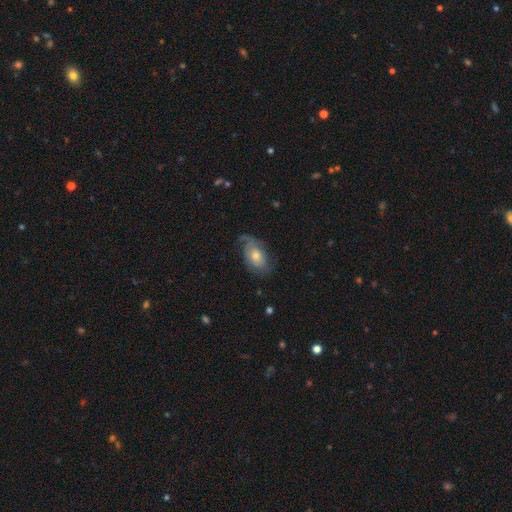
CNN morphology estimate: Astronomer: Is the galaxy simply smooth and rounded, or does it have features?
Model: featured or disk — 55% (runner-up: smooth, 37%).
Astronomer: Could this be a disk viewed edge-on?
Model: no — 92%.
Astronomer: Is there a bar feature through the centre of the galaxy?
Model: no — 78%.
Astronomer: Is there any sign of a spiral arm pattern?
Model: yes — 77%.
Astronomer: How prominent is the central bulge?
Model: moderate — 62%.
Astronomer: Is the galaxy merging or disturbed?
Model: none — 60%.